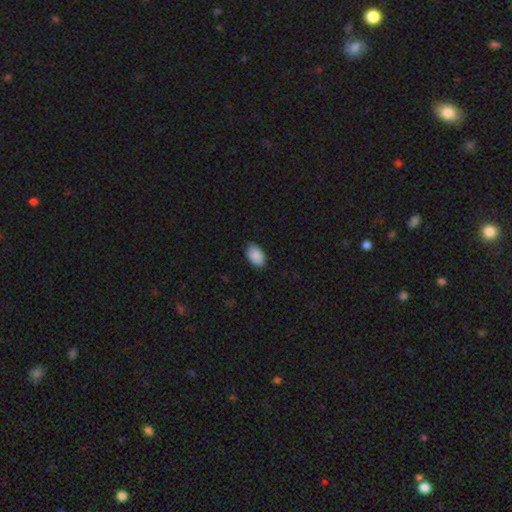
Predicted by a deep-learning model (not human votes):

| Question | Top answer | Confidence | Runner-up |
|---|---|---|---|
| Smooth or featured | smooth | 90% | star or artifact (7%) |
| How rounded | in between | 92% | round (7%) |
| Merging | none | 86% | minor disturbance (11%) |